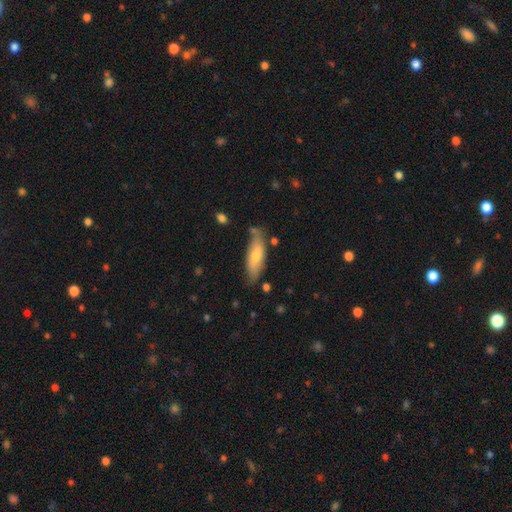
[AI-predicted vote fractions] Smooth or featured? smooth (66%)
How rounded? in between (53%)
Merging? none (70%)